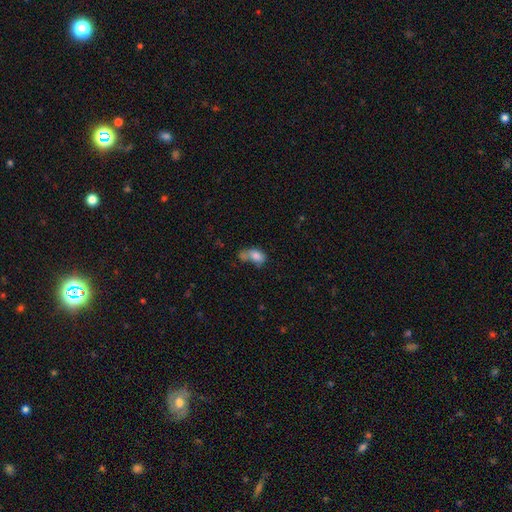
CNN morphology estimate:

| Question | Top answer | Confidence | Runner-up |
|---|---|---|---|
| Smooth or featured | smooth | 77% | featured or disk (13%) |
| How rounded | in between | 82% | round (15%) |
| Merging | merger | 36% | none (27%) |